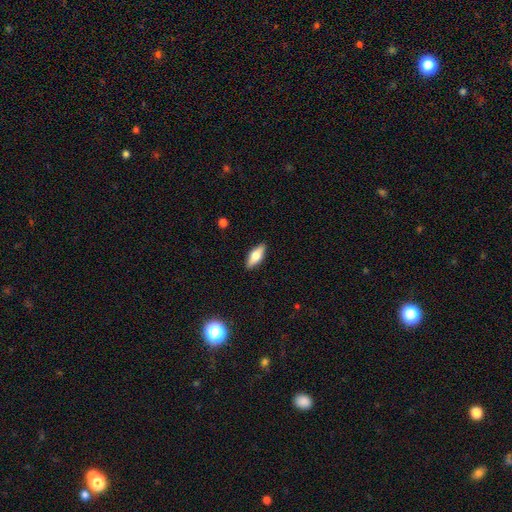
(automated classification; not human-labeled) A smooth galaxy with no disk features (64%) that is in between round and cigar-shaped (73%). Merging: none (89%).